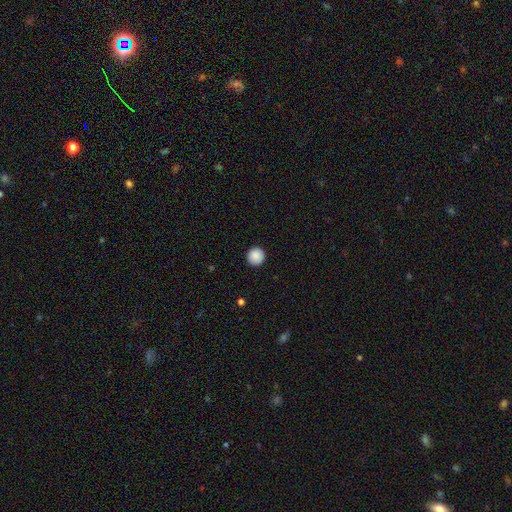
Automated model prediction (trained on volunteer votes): smooth 89%, star or artifact 8%, featured or disk 3%. Down the decision tree: how rounded — round (96%); merging — none (93%).